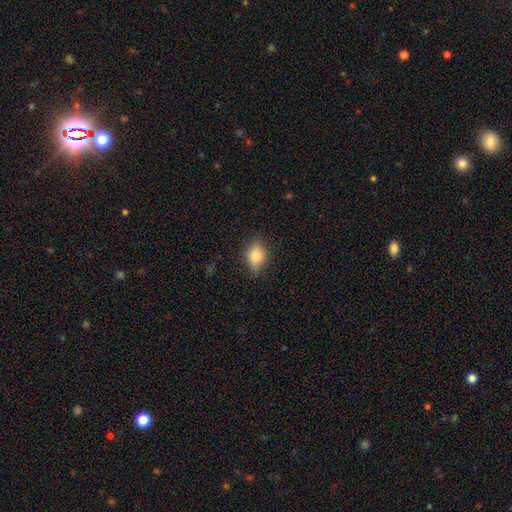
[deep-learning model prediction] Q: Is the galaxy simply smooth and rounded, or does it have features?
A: smooth — 79%.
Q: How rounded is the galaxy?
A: in between — 75%.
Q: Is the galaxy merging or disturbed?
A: none — 76%.